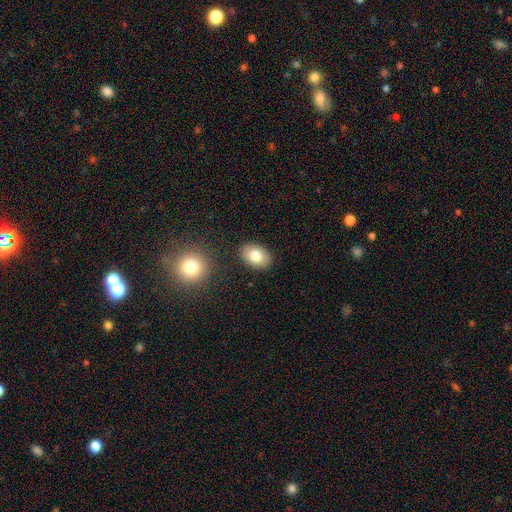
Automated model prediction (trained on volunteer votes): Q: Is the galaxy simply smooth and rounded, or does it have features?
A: smooth — 79%.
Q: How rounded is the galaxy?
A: in between — 80%.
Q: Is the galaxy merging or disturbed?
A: none — 86%.